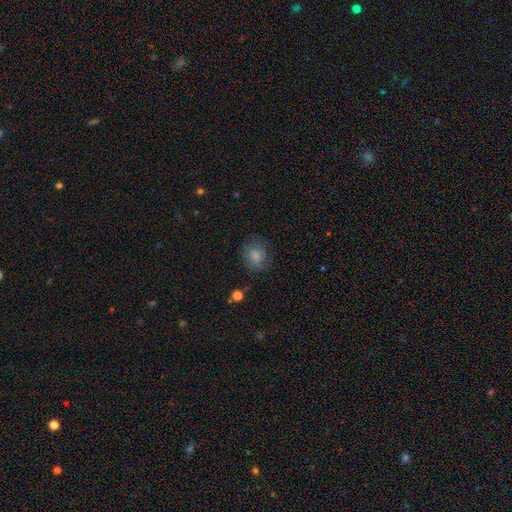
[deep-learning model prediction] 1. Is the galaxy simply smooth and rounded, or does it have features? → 75% smooth, 15% featured or disk, 10% star or artifact.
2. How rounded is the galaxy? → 68% round, 31% in between, 1% cigar-shaped.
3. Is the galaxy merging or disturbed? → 66% none, 22% minor disturbance, 10% major disturbance, 2% merger.